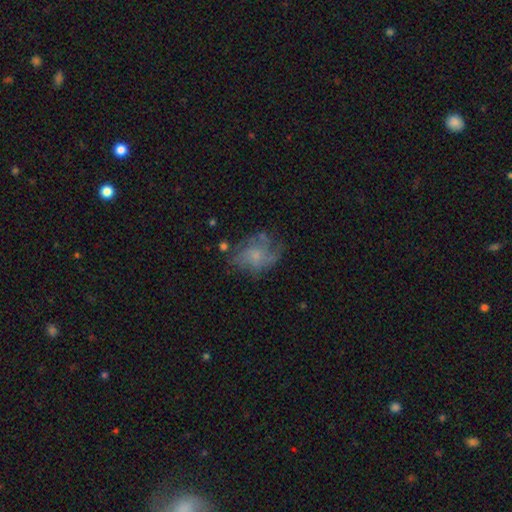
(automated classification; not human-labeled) Q: Smooth or featured?
A: featured or disk (55%); runner-up: smooth (34%)
Q: Edge-on disk?
A: no (97%); runner-up: yes (3%)
Q: Bar?
A: no (81%); runner-up: weak (17%)
Q: Spiral arms?
A: yes (66%); runner-up: no (34%)
Q: Bulge size?
A: small (53%); runner-up: moderate (25%)
Q: Merging?
A: none (55%); runner-up: minor disturbance (23%)